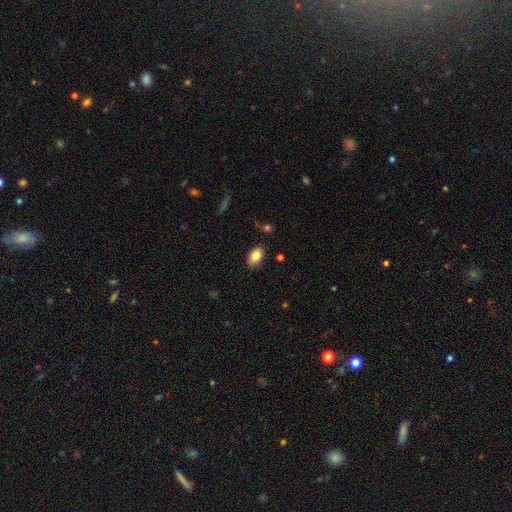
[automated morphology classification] Q: Smooth or featured?
A: smooth (85%); runner-up: featured or disk (8%)
Q: How rounded?
A: in between (91%); runner-up: round (8%)
Q: Merging?
A: none (84%); runner-up: minor disturbance (12%)